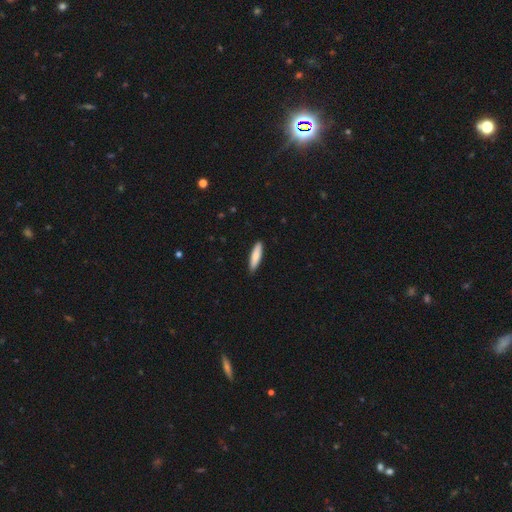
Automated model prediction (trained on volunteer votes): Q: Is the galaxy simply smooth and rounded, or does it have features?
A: smooth — 81%.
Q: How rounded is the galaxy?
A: cigar-shaped — 75%.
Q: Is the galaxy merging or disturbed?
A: none — 88%.